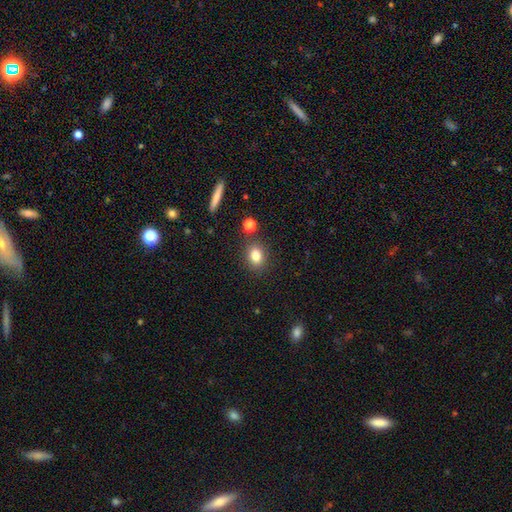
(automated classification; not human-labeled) This appears to be a smooth galaxy with no disk features (81%) that is round (49%, tied with in between). Merging: none (81%).